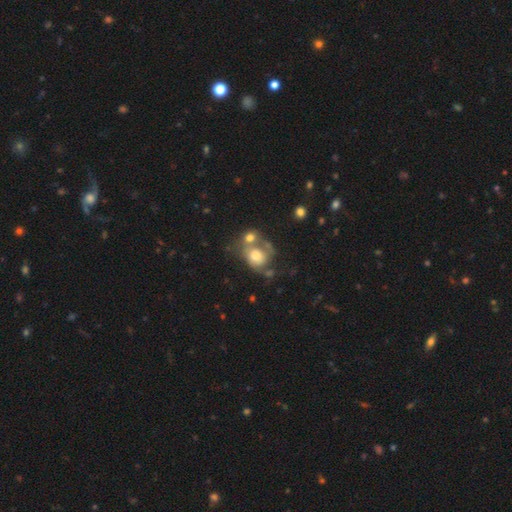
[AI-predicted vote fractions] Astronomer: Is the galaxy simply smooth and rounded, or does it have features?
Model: smooth — 56% (runner-up: featured or disk, 34%).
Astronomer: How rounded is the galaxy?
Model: round — 58% (runner-up: in between, 41%).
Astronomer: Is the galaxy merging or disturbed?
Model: merger — 42% (runner-up: none, 25%).